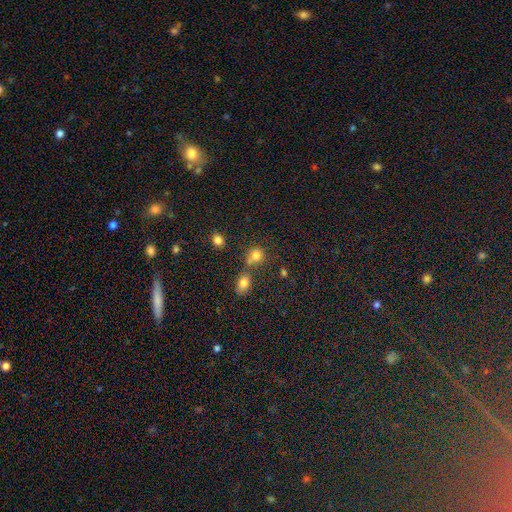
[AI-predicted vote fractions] This is likely a smooth galaxy (78%). How rounded: likely round (74%). Merging: possibly none (49%).